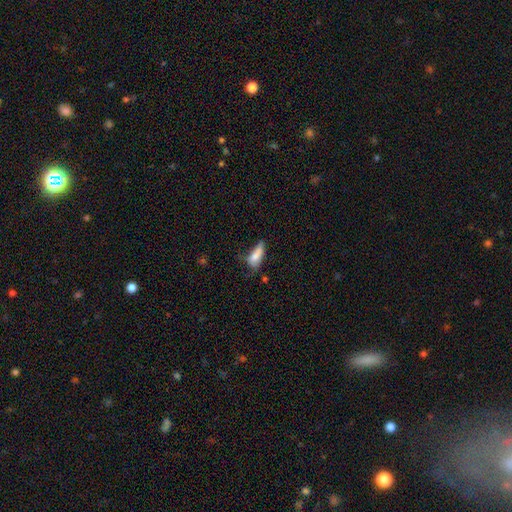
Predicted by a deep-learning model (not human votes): Q: Smooth or featured?
A: smooth (78%); runner-up: featured or disk (14%)
Q: How rounded?
A: in between (65%); runner-up: cigar-shaped (33%)
Q: Merging?
A: minor disturbance (37%); runner-up: none (33%)